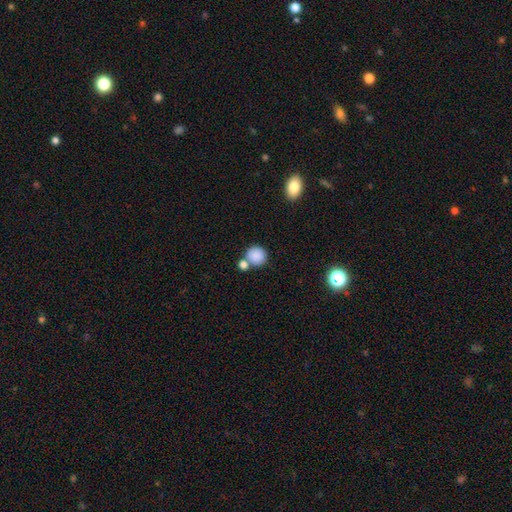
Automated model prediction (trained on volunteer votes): A smooth galaxy with no disk features (86%) that is round (89%). Merging: none (57%).